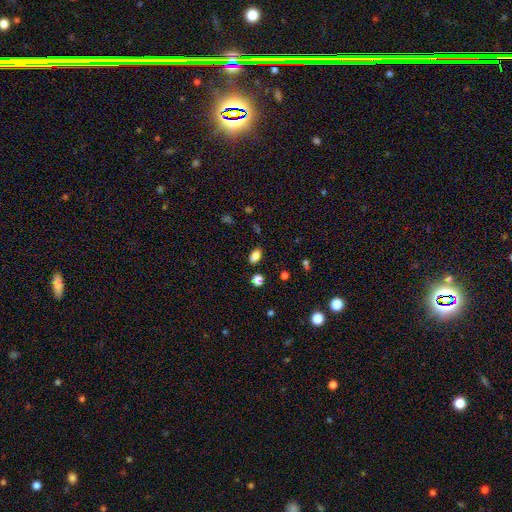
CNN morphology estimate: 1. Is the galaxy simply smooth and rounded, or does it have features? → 84% smooth, 11% star or artifact, 4% featured or disk.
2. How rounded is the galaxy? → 88% in between, 10% round, 2% cigar-shaped.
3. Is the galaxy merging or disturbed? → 84% none, 10% minor disturbance, 3% merger, 3% major disturbance.